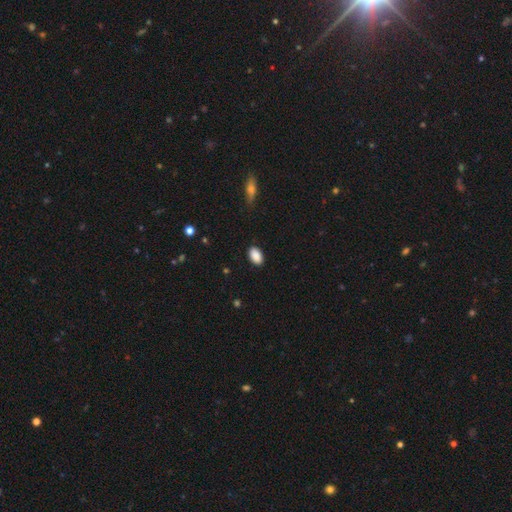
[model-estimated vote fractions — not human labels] A smooth galaxy with no disk features (90%) that is in between round and cigar-shaped (93%).

Vote fractions:
- Smooth or featured? smooth: 90% / star or artifact: 7% / featured or disk: 3%
- How rounded? in between: 93% / round: 5% / cigar-shaped: 2%
- Merging? none: 87% / minor disturbance: 10% / major disturbance: 2% / merger: 1%